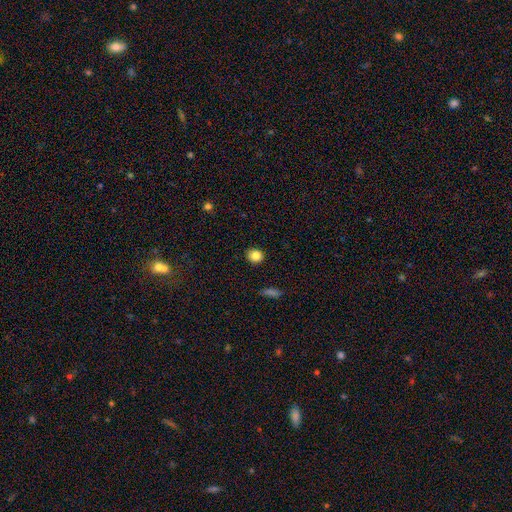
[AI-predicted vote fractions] smooth-or-featured: smooth: 84% | star or artifact: 10% | featured or disk: 6%
  how-rounded: round: 77% | in between: 22% | cigar-shaped: 1%
  merging: none: 89% | minor disturbance: 8% | major disturbance: 2% | merger: 1%